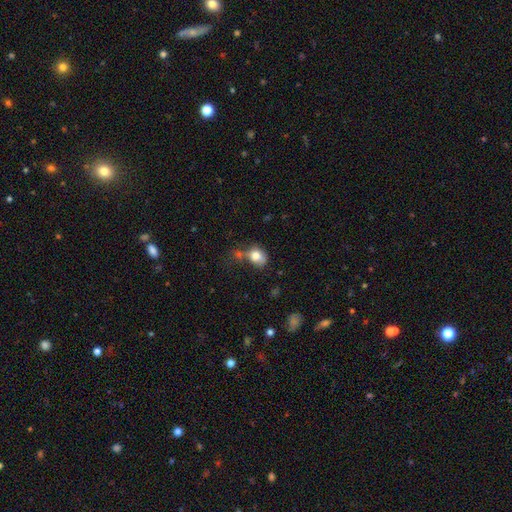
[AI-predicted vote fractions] Smooth or featured? Predicted: smooth (p=0.79). How rounded? Predicted: in between (p=0.55). Merging? Predicted: none (p=0.39).